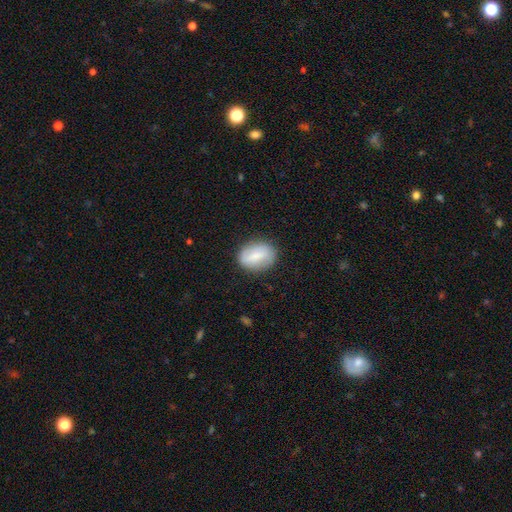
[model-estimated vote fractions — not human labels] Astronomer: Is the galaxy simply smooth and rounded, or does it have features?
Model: smooth — 69%.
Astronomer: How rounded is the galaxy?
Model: in between — 79%.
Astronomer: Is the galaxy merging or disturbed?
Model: none — 82%.